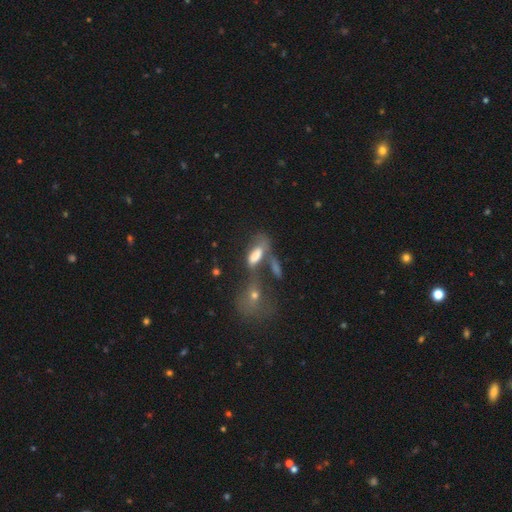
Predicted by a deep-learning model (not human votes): Smooth or featured?
  - smooth: 62% *
  - featured or disk: 25%
  - star or artifact: 13%
How rounded?
  - in between: 76% *
  - cigar-shaped: 19%
  - round: 5%
Merging?
  - merger: 47% *
  - none: 21%
  - major disturbance: 19%
  - minor disturbance: 13%